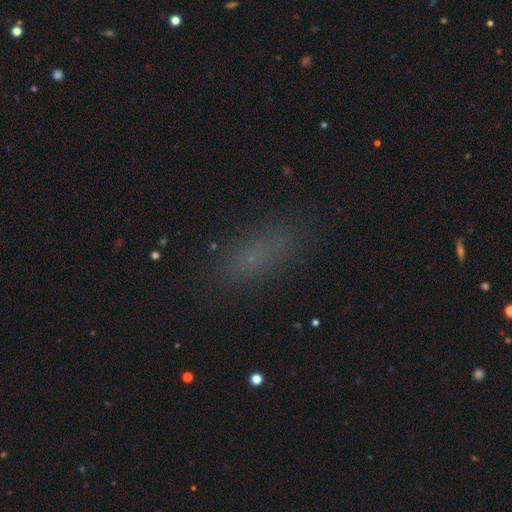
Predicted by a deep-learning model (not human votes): Smooth or featured?
  - smooth: 70% *
  - star or artifact: 20%
  - featured or disk: 10%
How rounded?
  - in between: 61% *
  - cigar-shaped: 35%
  - round: 4%
Merging?
  - none: 82% *
  - minor disturbance: 12%
  - major disturbance: 4%
  - merger: 1%